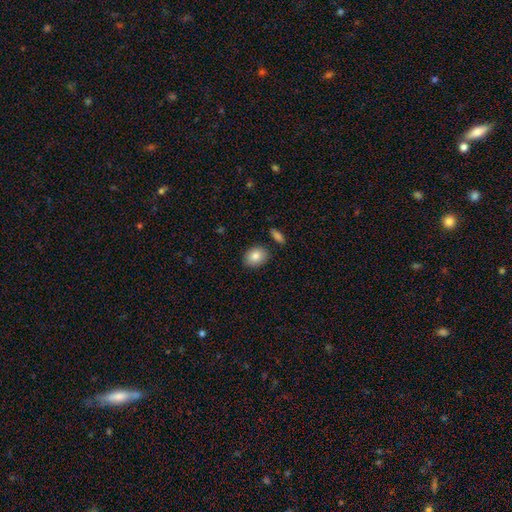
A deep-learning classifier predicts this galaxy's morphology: Q: Smooth or featured?
A: smooth (85%); runner-up: featured or disk (8%)
Q: How rounded?
A: in between (63%); runner-up: round (36%)
Q: Merging?
A: none (85%); runner-up: minor disturbance (10%)